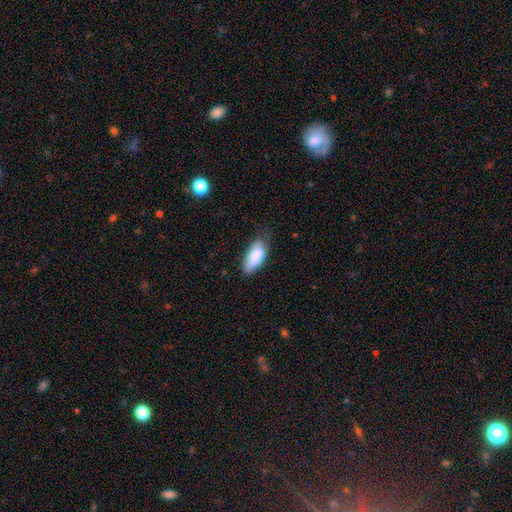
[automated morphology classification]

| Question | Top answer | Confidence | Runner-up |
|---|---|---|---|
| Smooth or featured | smooth | 83% | featured or disk (11%) |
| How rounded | in between | 86% | cigar-shaped (12%) |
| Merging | none | 48% | minor disturbance (39%) |